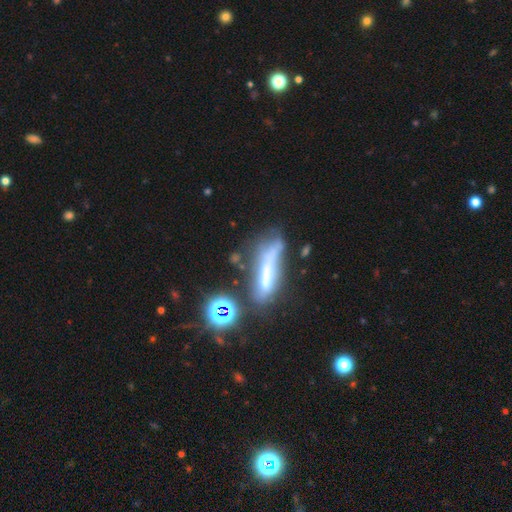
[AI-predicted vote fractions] This appears to be a featured or disk galaxy (43%). Merging: none (42%).